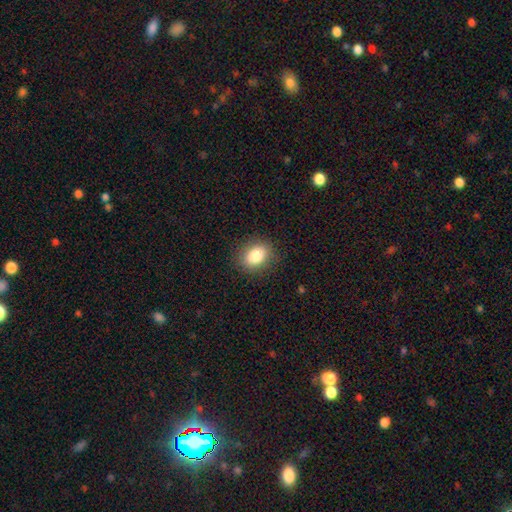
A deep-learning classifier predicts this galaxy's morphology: Overall: smooth (83%). How rounded: in between (62%; round 37%). Merging: none (86%).